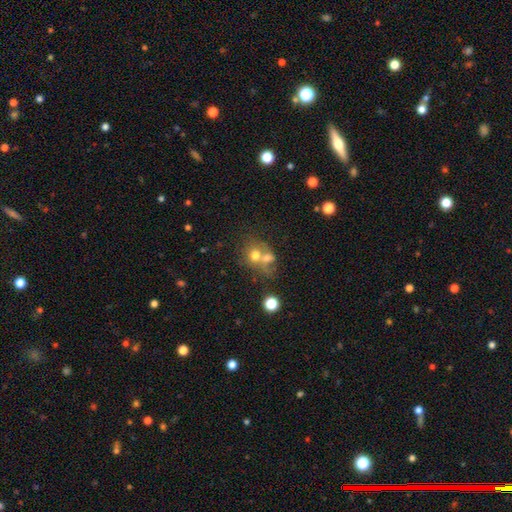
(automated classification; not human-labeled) Smooth or featured? Predicted: smooth (p=0.64). How rounded? Predicted: round (p=0.70). Merging? Predicted: merger (p=0.62).